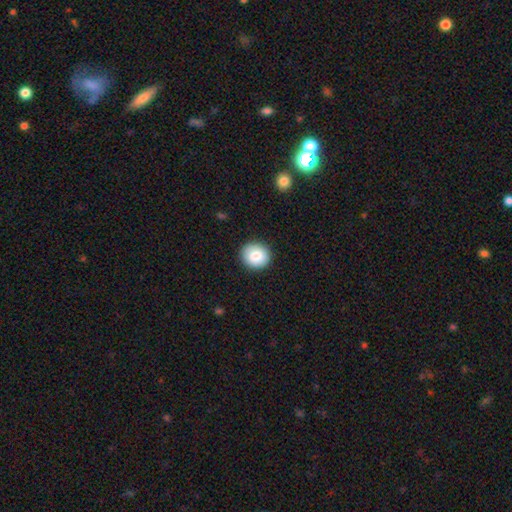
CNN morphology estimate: A smooth galaxy with no disk features (80%) that is round (83%). Merging: none (90%).